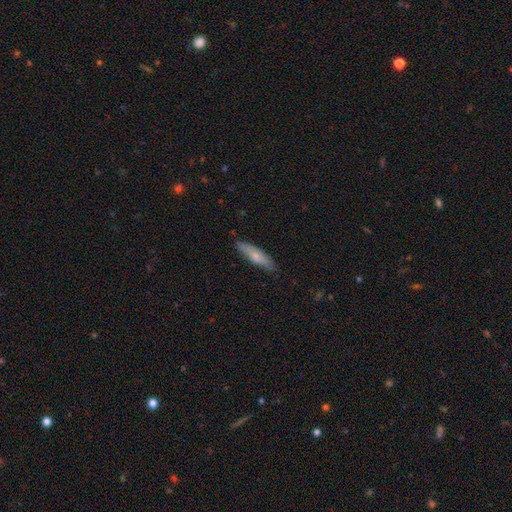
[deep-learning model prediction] This is likely a smooth galaxy (68%). How rounded: likely cigar-shaped (71%). Merging: clearly none (82%).